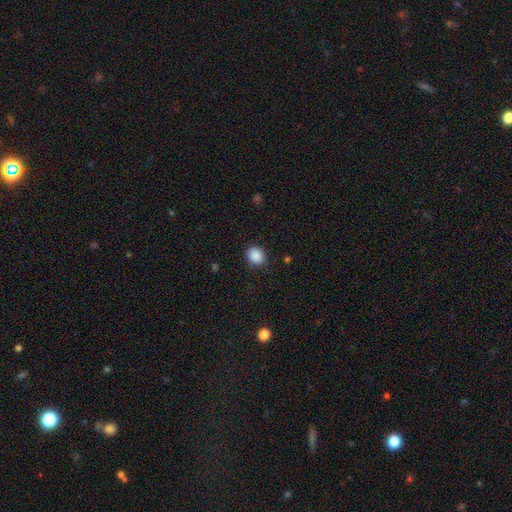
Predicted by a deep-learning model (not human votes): Q: Smooth or featured?
A: smooth (89%); runner-up: star or artifact (9%)
Q: How rounded?
A: round (56%); runner-up: in between (43%)
Q: Merging?
A: none (86%); runner-up: minor disturbance (10%)